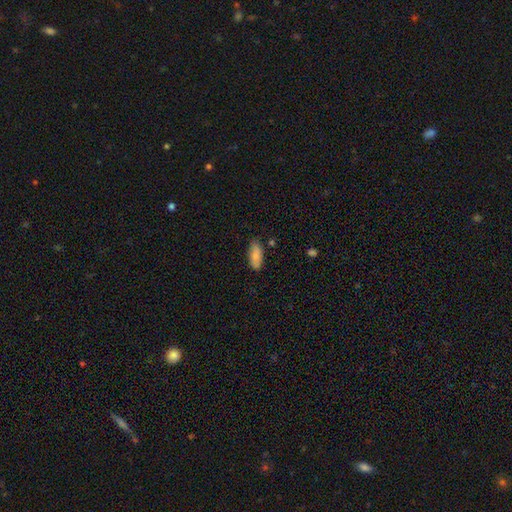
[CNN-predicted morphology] smooth-or-featured: smooth: 84% | featured or disk: 10% | star or artifact: 6%
  how-rounded: in between: 81% | cigar-shaped: 17% | round: 2%
  merging: none: 80% | minor disturbance: 15% | major disturbance: 3% | merger: 2%